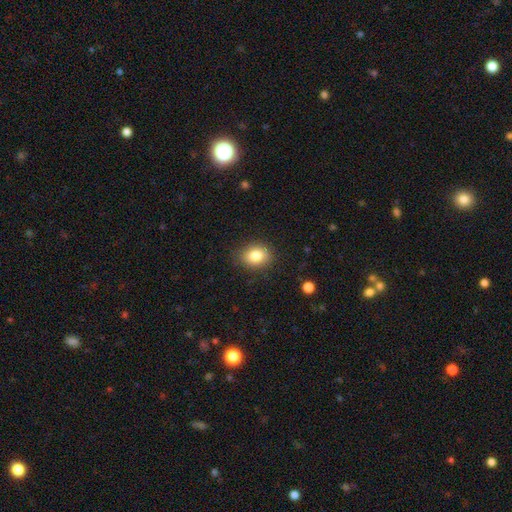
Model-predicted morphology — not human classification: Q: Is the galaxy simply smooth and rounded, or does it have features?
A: smooth — 82%.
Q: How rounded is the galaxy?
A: in between — 50%.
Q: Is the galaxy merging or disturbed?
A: none — 85%.